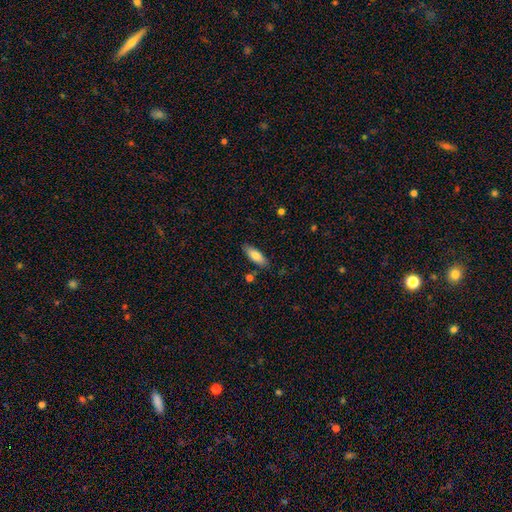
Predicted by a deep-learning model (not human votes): Smooth or featured: smooth — 80% (featured or disk — 13%)
How rounded: in between — 67% (cigar-shaped — 32%)
Merging: none — 83% (minor disturbance — 12%)